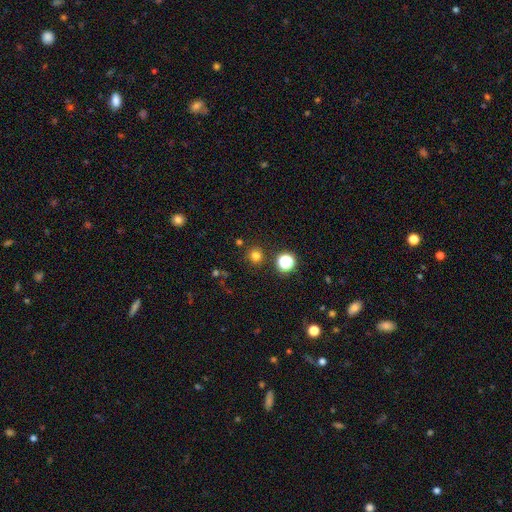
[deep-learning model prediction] Smooth or featured? Predicted: smooth (p=0.75). How rounded? Predicted: round (p=0.94). Merging? Predicted: none (p=0.87).